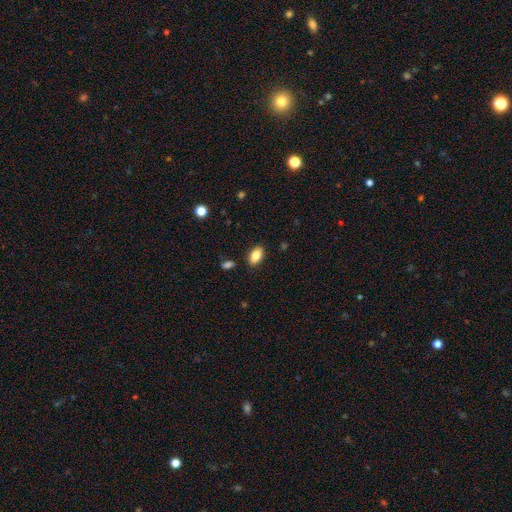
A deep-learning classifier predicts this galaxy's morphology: Smooth or featured?
  - smooth: 84% *
  - featured or disk: 8%
  - star or artifact: 8%
How rounded?
  - in between: 91% *
  - round: 5%
  - cigar-shaped: 3%
Merging?
  - none: 87% *
  - minor disturbance: 9%
  - major disturbance: 2%
  - merger: 2%